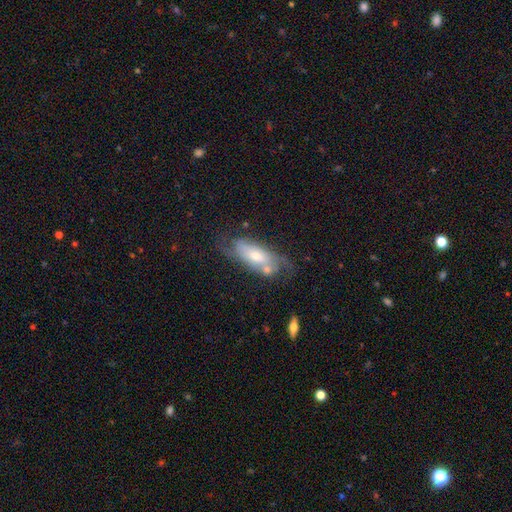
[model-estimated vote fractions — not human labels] featured or disk 60%, smooth 32%, star or artifact 7%. Down the decision tree: edge-on disk — no (83%); bar — no (67%); spiral arms — yes (75%); bulge size — moderate (53%); merging — none (48%).